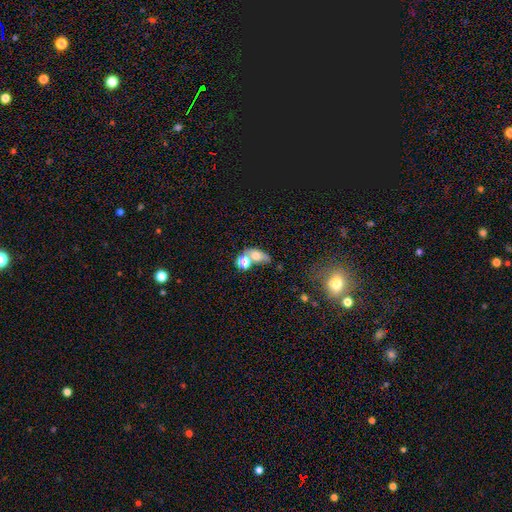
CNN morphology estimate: Smooth or featured: smooth — 65% (featured or disk — 23%)
How rounded: in between — 64% (round — 30%)
Merging: merger — 51% (none — 27%)